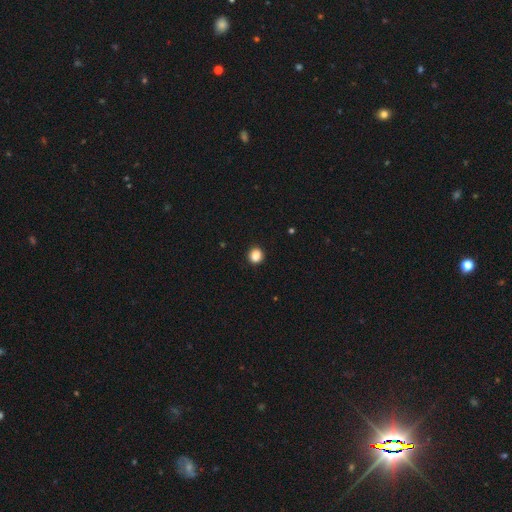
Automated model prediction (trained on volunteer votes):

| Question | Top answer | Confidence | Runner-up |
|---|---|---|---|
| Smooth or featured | smooth | 87% | star or artifact (10%) |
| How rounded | round | 78% | in between (21%) |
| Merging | none | 90% | minor disturbance (7%) |